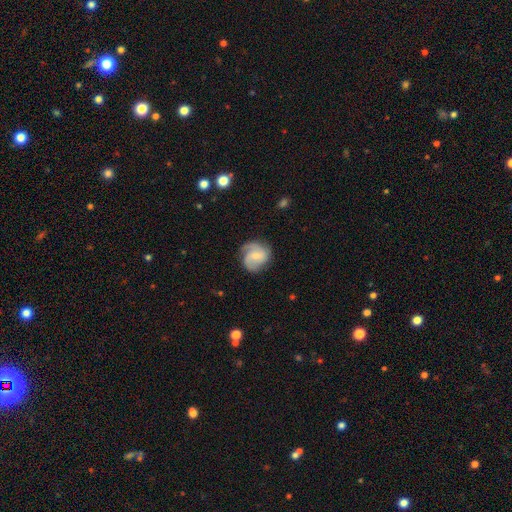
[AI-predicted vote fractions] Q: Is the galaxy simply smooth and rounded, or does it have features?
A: featured or disk — 75%.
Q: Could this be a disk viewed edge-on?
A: no — 98%.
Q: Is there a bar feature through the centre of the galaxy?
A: no — 47%.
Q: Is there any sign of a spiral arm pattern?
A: yes — 95%.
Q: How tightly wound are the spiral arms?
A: medium — 46%.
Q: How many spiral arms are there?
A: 2 — 45%.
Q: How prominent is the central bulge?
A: small — 62%.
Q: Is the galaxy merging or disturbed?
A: none — 70%.